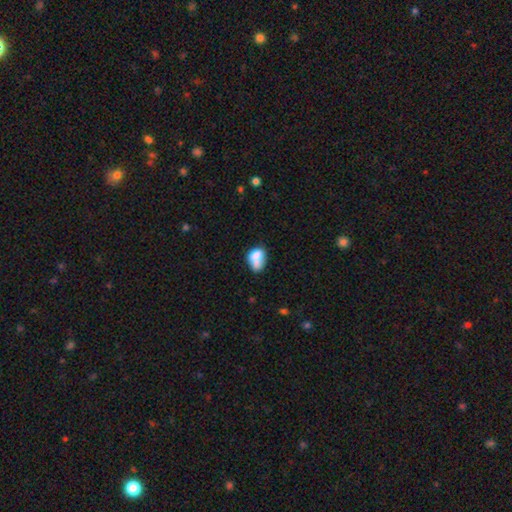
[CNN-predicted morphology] smooth 69%, featured or disk 22%, star or artifact 10%. Down the decision tree: how rounded — in between (72%); merging — merger (44%).